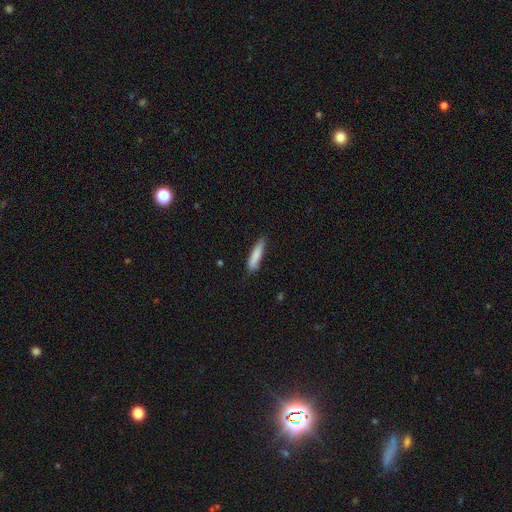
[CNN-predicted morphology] A smooth galaxy with no disk features (84%) that is cigar-shaped (80%).

Vote fractions:
- Smooth or featured? smooth: 84% / featured or disk: 10% / star or artifact: 6%
- How rounded? cigar-shaped: 80% / in between: 18% / round: 1%
- Merging? none: 79% / minor disturbance: 17% / major disturbance: 3% / merger: 2%